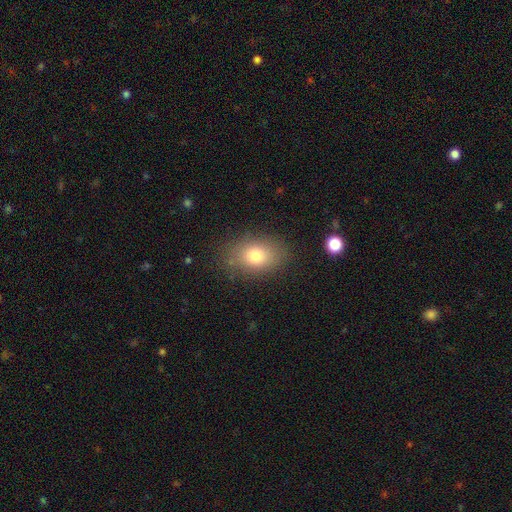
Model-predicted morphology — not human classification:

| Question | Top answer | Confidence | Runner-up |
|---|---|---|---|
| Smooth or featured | smooth | 77% | featured or disk (12%) |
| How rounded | in between | 76% | round (22%) |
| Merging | none | 82% | minor disturbance (12%) |